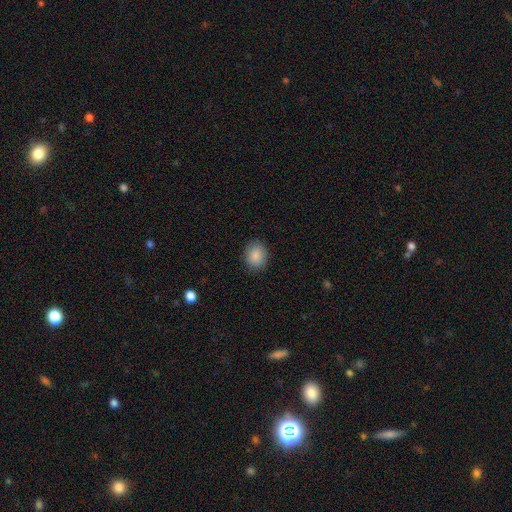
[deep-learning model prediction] Smooth or featured? smooth (87%)
How rounded? round (53%)
Merging? none (87%)